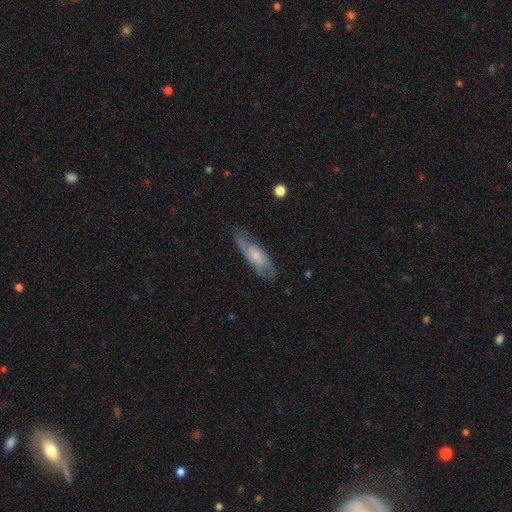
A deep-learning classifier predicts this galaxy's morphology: Smooth or featured: featured or disk — 62% (smooth — 32%)
Edge-on disk: no — 80% (yes — 20%)
Merging: none — 72% (minor disturbance — 19%)